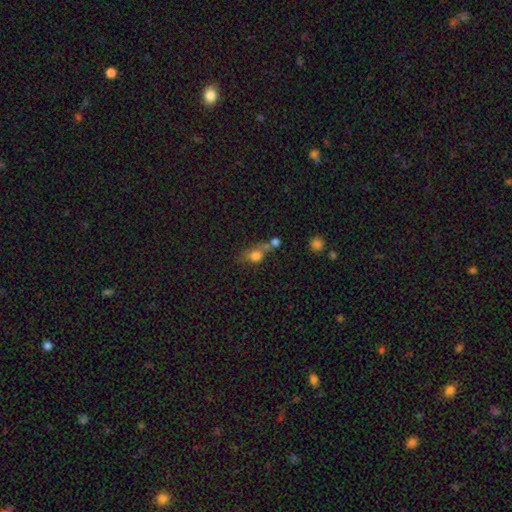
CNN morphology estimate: This appears to be a smooth galaxy with no disk features (74%) that is in between round and cigar-shaped (55%). Merging: merger (43%).